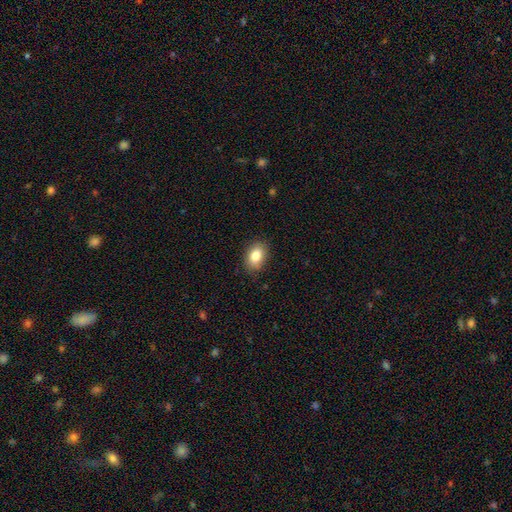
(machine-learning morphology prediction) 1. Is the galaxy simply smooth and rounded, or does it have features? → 84% smooth, 8% star or artifact, 8% featured or disk.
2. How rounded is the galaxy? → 80% in between, 19% round, 1% cigar-shaped.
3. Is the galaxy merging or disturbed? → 87% none, 10% minor disturbance, 2% major disturbance, 1% merger.